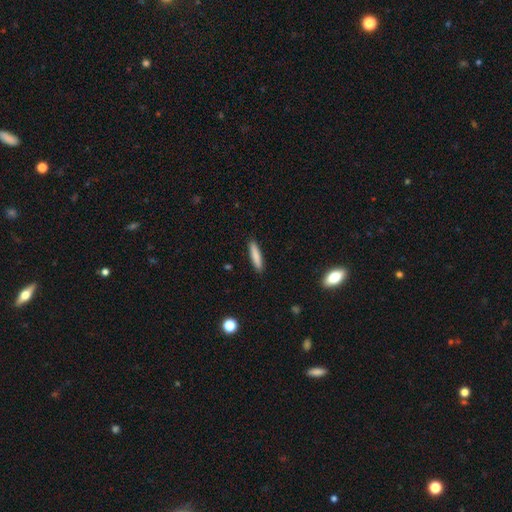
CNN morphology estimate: A smooth galaxy with no disk features (83%) that is cigar-shaped (86%). Merging: none (90%).